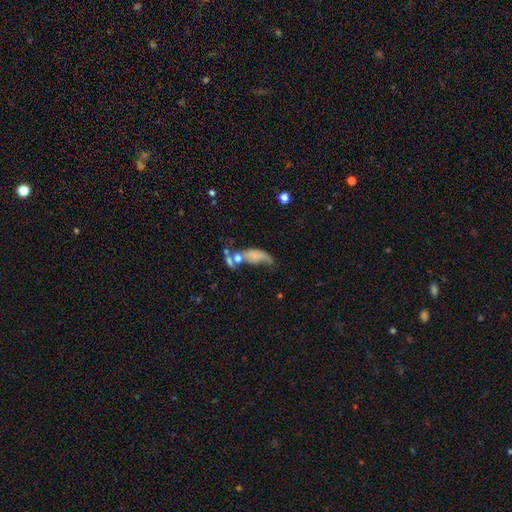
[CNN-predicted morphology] This appears to be a smooth galaxy with no disk features (50%) that is in between round and cigar-shaped (76%). Merging: merger (34%).